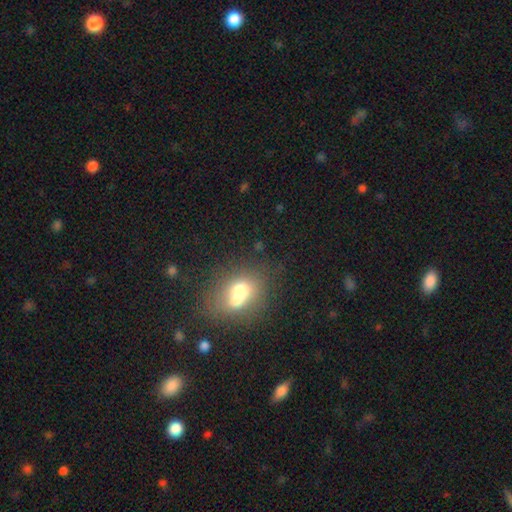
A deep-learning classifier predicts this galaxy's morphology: type=smooth (62%); roundness=in between (53%); merging=none (62%).